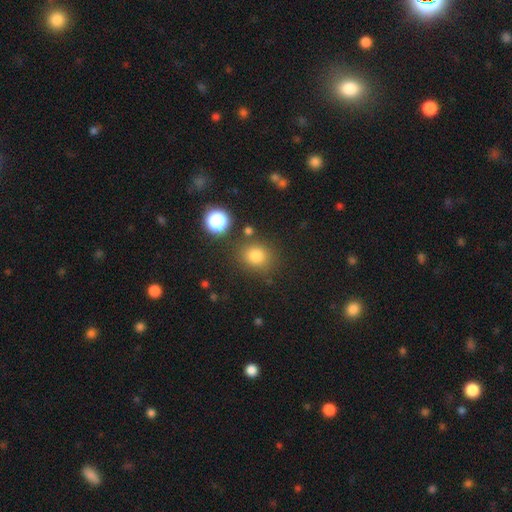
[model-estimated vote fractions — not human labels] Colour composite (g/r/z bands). It shows a smooth galaxy with no disk features (78%) that is round (78%). Merging: none (80%).